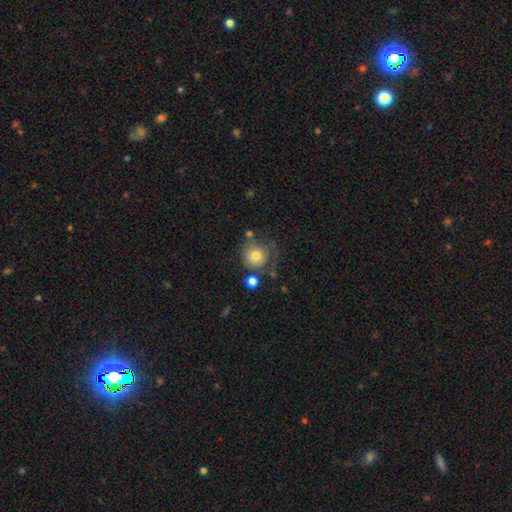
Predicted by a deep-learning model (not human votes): Overall: smooth (74%). How rounded: round (88%). Merging: none (51%; minor disturbance 22%).